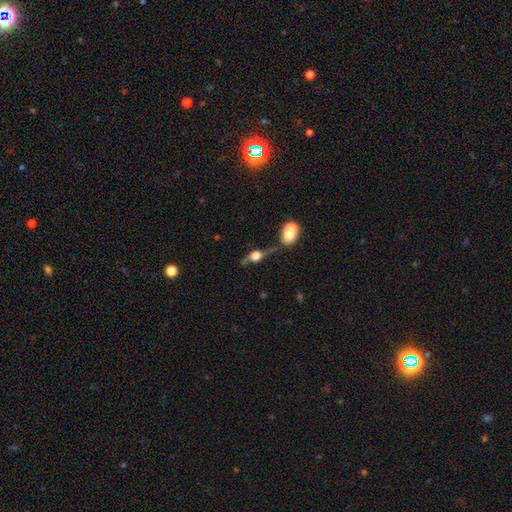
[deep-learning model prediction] Smooth or featured: featured or disk — 68% (smooth — 21%)
Edge-on disk: yes — 72% (no — 28%)
Merging: none — 55% (minor disturbance — 18%)